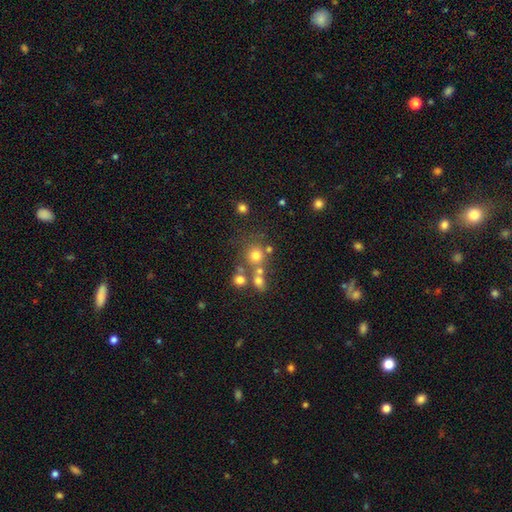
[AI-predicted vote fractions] smooth 69%, star or artifact 18%, featured or disk 13%. Down the decision tree: how rounded — round (90%); merging — none (63%).